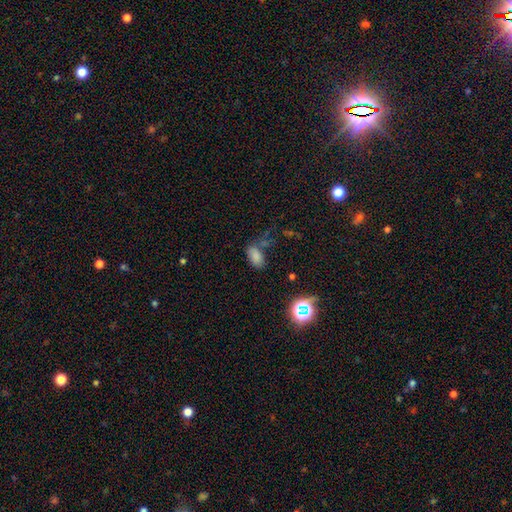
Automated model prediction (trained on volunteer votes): This appears to be a smooth galaxy with no disk features (76%) that is in between round and cigar-shaped (92%). Merging: none (61%).